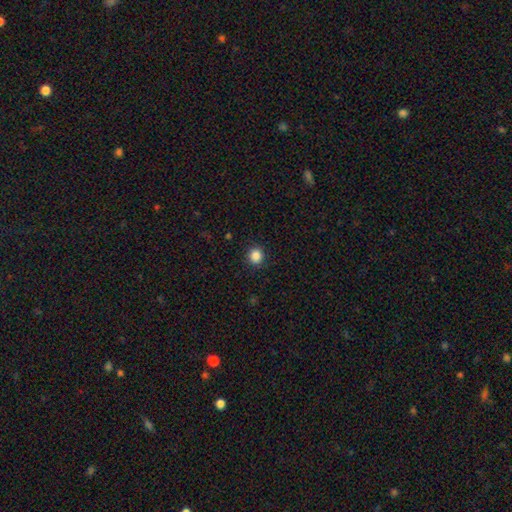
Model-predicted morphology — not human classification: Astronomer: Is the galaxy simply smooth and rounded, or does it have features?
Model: smooth — 86%.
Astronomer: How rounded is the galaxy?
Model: round — 90%.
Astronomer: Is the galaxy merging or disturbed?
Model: none — 91%.